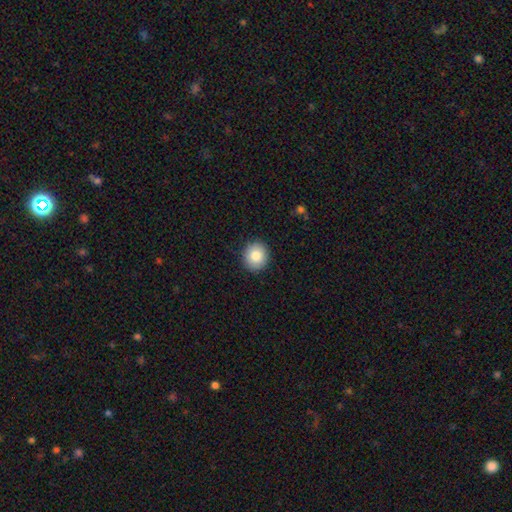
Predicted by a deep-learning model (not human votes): smooth_or_featured: smooth (p=0.84) [alt: star or artifact p=0.08]
how_rounded: round (p=0.85) [alt: in between p=0.15]
merging: none (p=0.90) [alt: minor disturbance p=0.07]